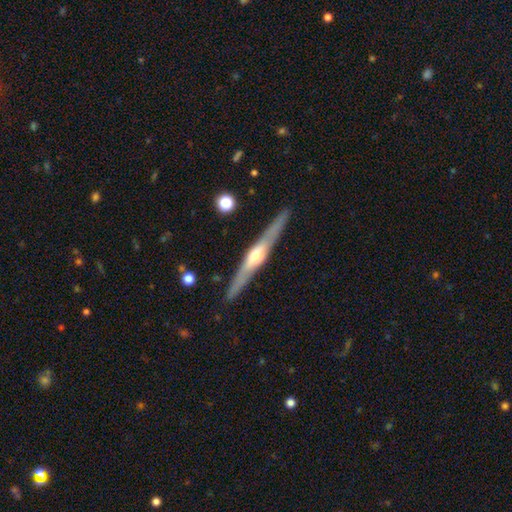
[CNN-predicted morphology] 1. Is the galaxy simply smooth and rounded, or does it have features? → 77% featured or disk, 18% smooth, 5% star or artifact.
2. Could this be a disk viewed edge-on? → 97% yes, 3% no.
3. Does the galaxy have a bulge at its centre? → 89% rounded, 6% boxy, 5% none.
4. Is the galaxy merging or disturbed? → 90% none, 7% minor disturbance, 1% merger, 1% major disturbance.